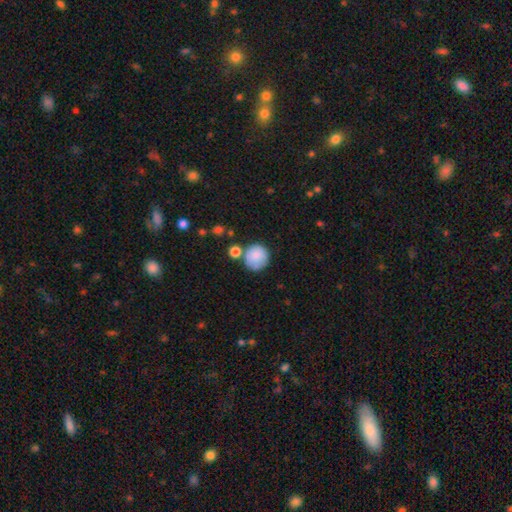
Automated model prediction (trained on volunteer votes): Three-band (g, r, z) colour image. It shows a smooth galaxy with no disk features (84%) that is round (91%). Merging: none (66%).